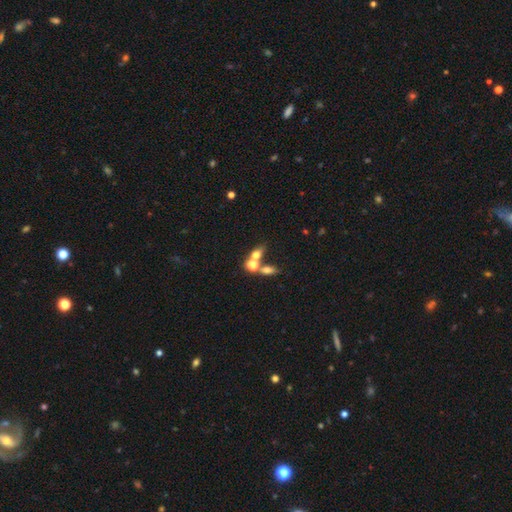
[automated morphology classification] This is likely a smooth galaxy (67%). How rounded: possibly in between (60%). Merging: likely merger (61%).